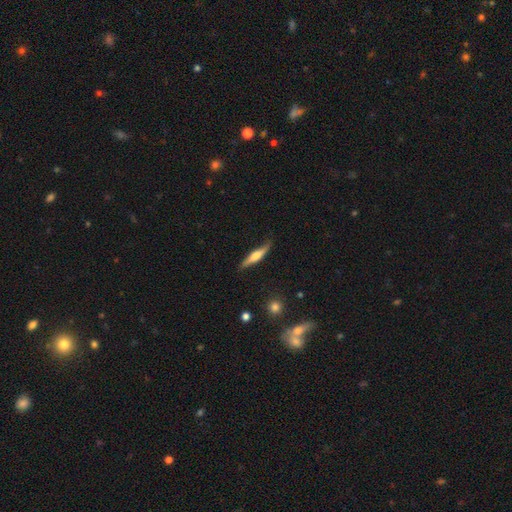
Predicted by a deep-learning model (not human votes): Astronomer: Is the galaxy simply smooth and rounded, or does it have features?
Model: featured or disk — 52% (runner-up: smooth, 42%).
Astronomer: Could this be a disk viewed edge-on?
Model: yes — 92%.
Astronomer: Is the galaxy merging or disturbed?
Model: none — 77%.